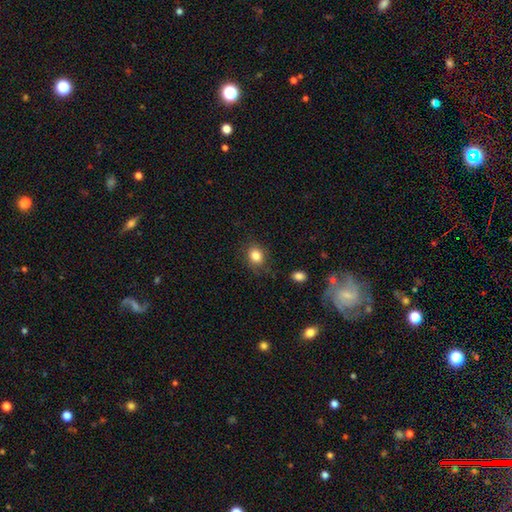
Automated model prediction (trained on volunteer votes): A smooth galaxy with no disk features (84%) that is round (58%).

Vote fractions:
- Smooth or featured? smooth: 84% / star or artifact: 10% / featured or disk: 7%
- How rounded? round: 58% / in between: 41% / cigar-shaped: 1%
- Merging? none: 78% / minor disturbance: 15% / major disturbance: 4% / merger: 2%